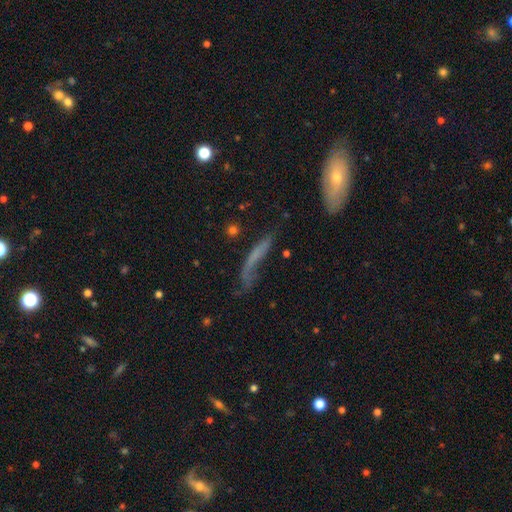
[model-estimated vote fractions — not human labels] Smooth or featured: smooth — 43% (featured or disk — 42%)
Merging: none — 38% (major disturbance — 34%)